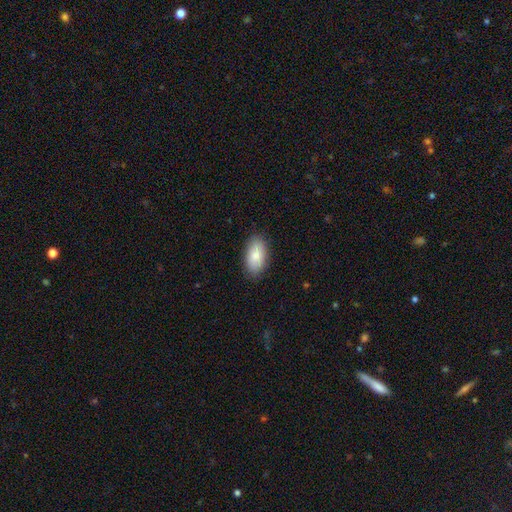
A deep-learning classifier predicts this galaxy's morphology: The model was most divided on "smooth or featured": smooth: 84%, featured or disk: 10%, star or artifact: 6%. More confident: how rounded — in between (94%); merging — none (86%).